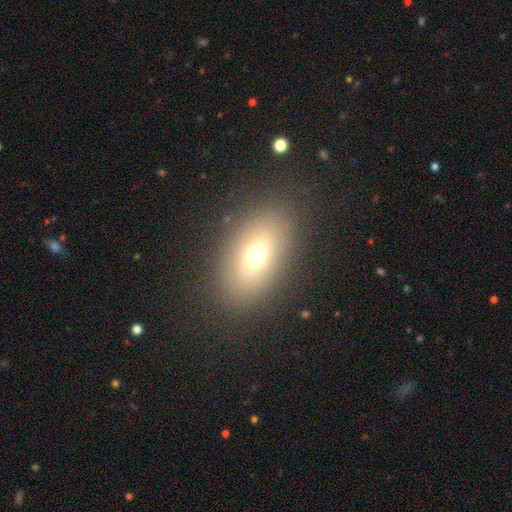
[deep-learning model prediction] This appears to be a smooth galaxy with no disk features (68%) that is in between round and cigar-shaped (85%). Merging: none (86%).